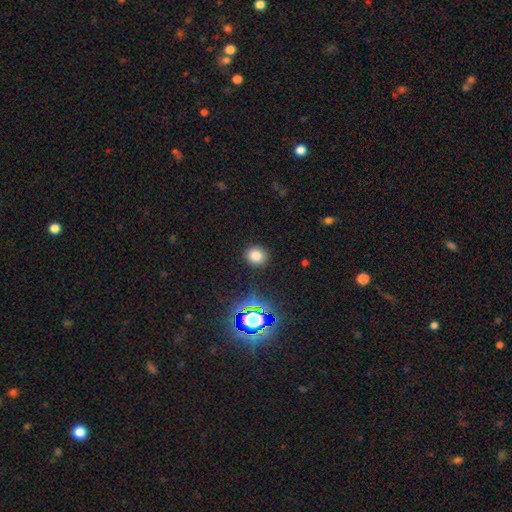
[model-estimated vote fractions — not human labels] The model was most divided on "how rounded": round: 75%, in between: 24%, cigar-shaped: 1%. More confident: merging — none (89%); smooth or featured — smooth (77%).